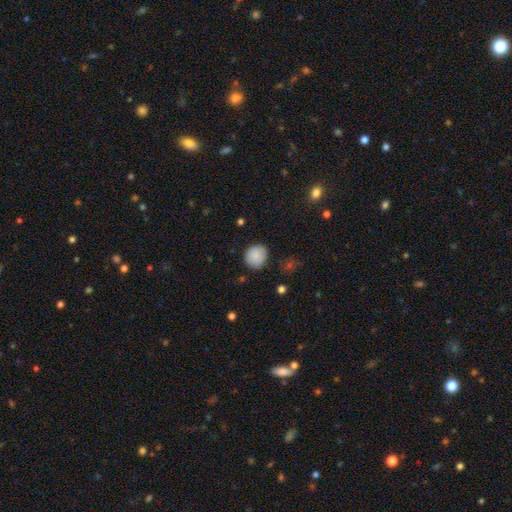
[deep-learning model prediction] Q: Smooth or featured?
A: smooth (86%); runner-up: star or artifact (8%)
Q: How rounded?
A: round (75%); runner-up: in between (24%)
Q: Merging?
A: none (81%); runner-up: minor disturbance (14%)